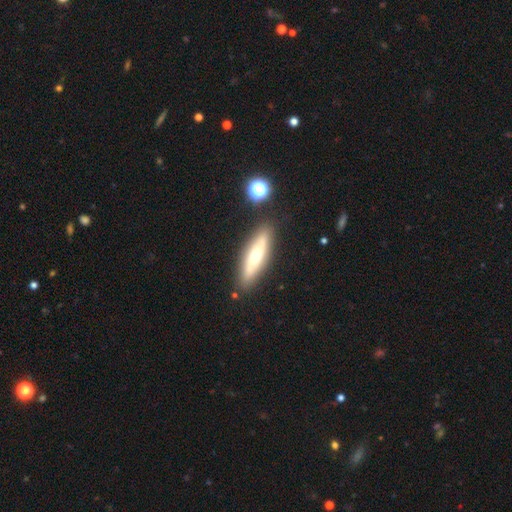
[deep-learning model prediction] Q: Smooth or featured?
A: featured or disk (47%); runner-up: smooth (46%)
Q: Merging?
A: none (83%); runner-up: minor disturbance (11%)